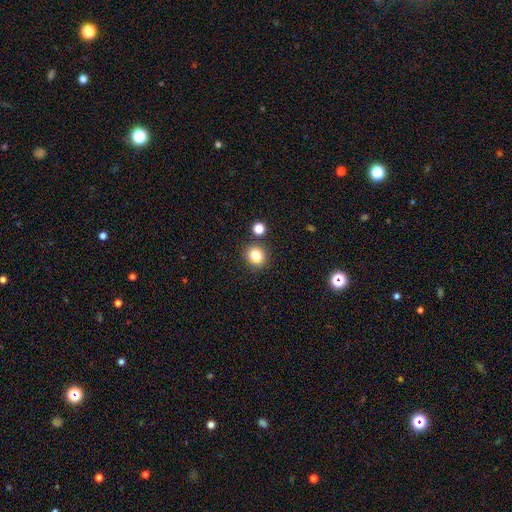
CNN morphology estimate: This appears to be a smooth galaxy with no disk features (82%) that is round (82%). Merging: none (81%).